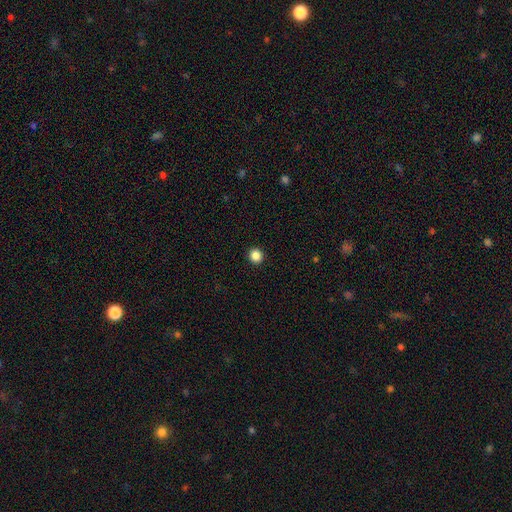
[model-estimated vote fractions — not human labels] smooth_or_featured: smooth (p=0.86) [alt: star or artifact p=0.11]
how_rounded: round (p=0.94) [alt: in between p=0.05]
merging: none (p=0.94) [alt: minor disturbance p=0.04]